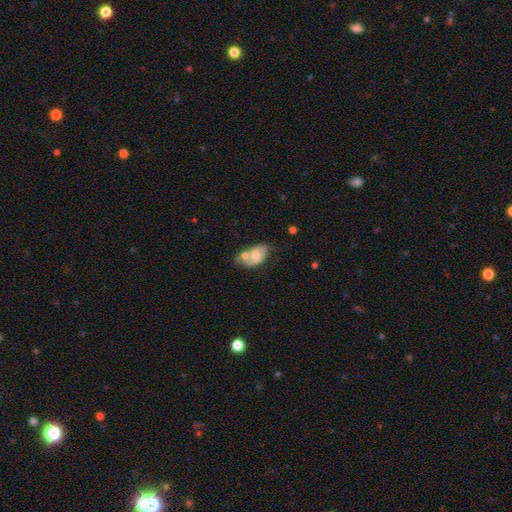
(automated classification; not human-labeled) Morphology: type=smooth (53%); roundness=in between (90%); merging=merger (33%, tied with none).